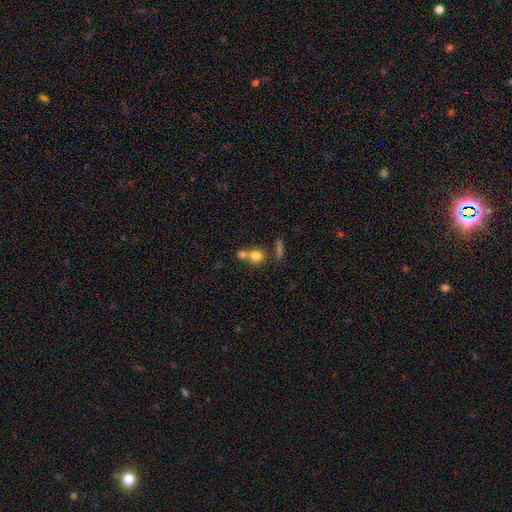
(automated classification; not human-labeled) This is likely a smooth galaxy (77%). How rounded: likely round (78%). Merging: possibly merger (51%).